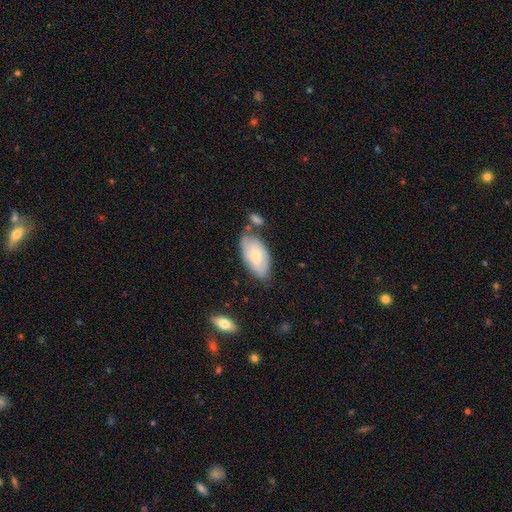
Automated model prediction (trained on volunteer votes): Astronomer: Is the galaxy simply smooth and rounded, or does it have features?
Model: smooth — 55% (runner-up: featured or disk, 39%).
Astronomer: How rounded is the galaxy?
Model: in between — 93%.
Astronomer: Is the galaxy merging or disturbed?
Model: none — 59%.